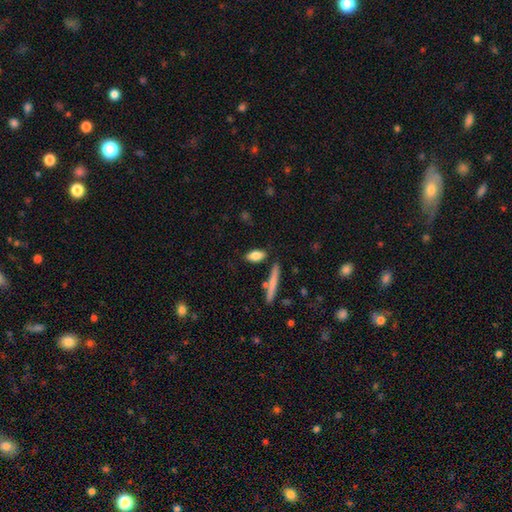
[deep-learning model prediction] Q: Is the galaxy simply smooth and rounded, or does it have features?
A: smooth — 79%.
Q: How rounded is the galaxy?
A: in between — 75%.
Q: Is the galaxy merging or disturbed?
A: none — 79%.